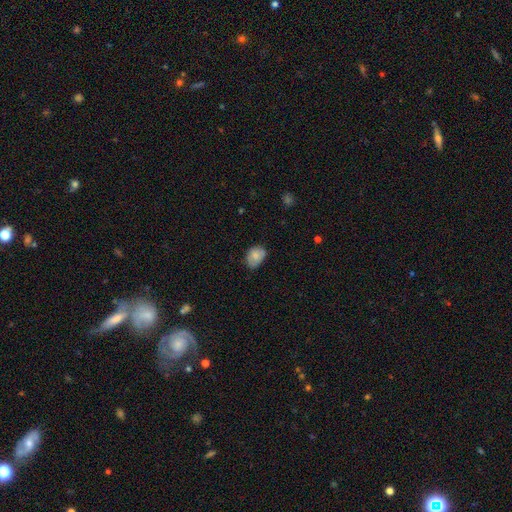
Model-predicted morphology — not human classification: Overall: smooth (79%). How rounded: in between (75%). Merging: none (58%; minor disturbance 34%).